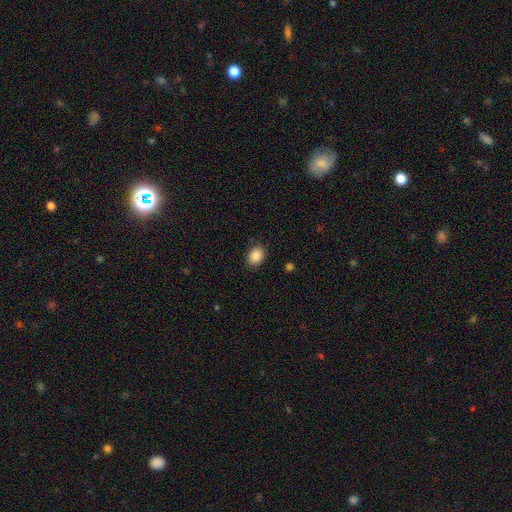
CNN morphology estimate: smooth_or_featured: smooth (p=0.89) [alt: star or artifact p=0.08]
how_rounded: in between (p=0.61) [alt: round p=0.38]
merging: none (p=0.85) [alt: minor disturbance p=0.11]